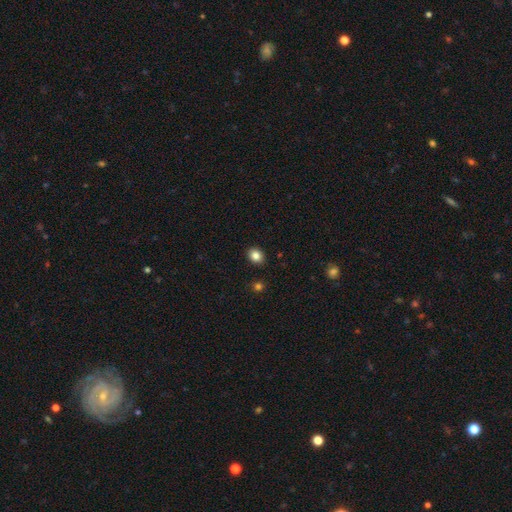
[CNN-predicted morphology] smooth 84%, star or artifact 10%, featured or disk 5%. Down the decision tree: how rounded — round (57%); merging — none (90%).